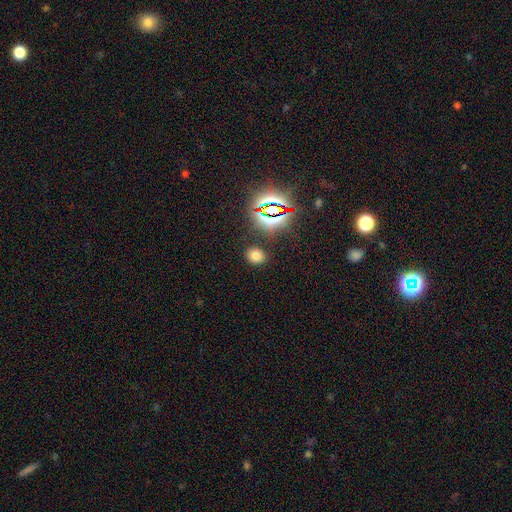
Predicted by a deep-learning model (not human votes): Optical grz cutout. It shows a smooth galaxy with no disk features (69%) that is round (62%). Merging: none (86%).